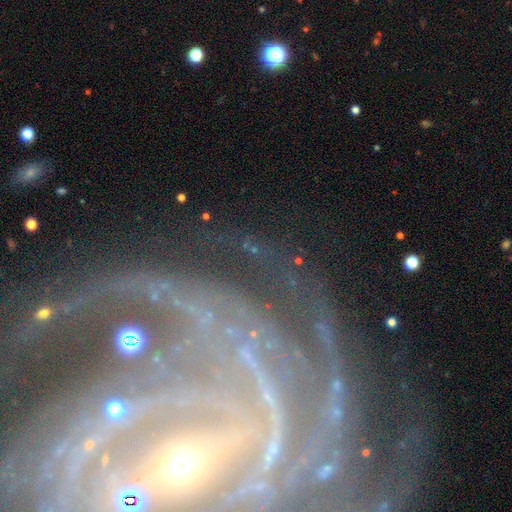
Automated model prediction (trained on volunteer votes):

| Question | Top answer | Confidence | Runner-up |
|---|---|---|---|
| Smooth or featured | featured or disk | 86% | star or artifact (9%) |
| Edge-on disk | no | 96% | yes (4%) |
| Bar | strong | 54% | weak (25%) |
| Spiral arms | yes | 96% | no (4%) |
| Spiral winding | tight | 68% | medium (25%) |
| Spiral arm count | can't tell | 20% | tied: 4 (20%) |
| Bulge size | small | 70% | moderate (23%) |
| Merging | none | 71% | minor disturbance (15%) |